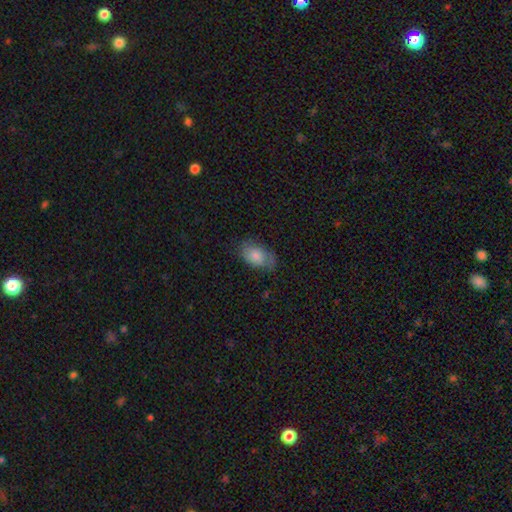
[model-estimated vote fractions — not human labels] A smooth galaxy with no disk features (76%) that is in between round and cigar-shaped (89%).

Vote fractions:
- Smooth or featured? smooth: 76% / featured or disk: 16% / star or artifact: 8%
- How rounded? in between: 89% / round: 9% / cigar-shaped: 2%
- Merging? none: 67% / minor disturbance: 25% / major disturbance: 7% / merger: 1%